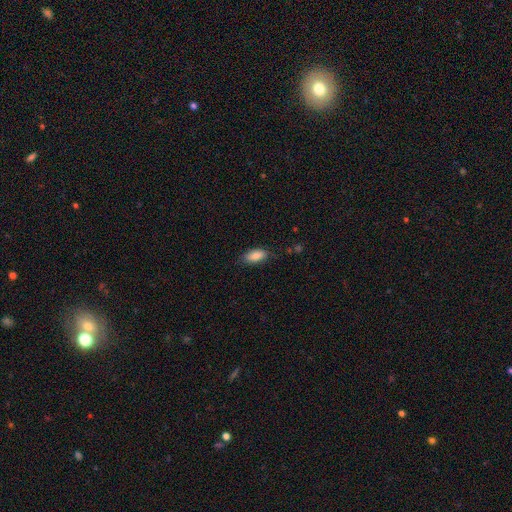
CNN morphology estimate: The model was most divided on "merging": none: 80%, minor disturbance: 16%, major disturbance: 3%, merger: 1%. More confident: how rounded — in between (90%); smooth or featured — smooth (87%).